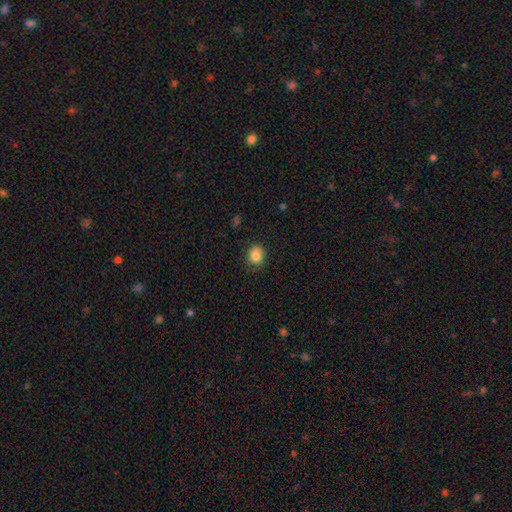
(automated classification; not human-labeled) This is clearly a smooth galaxy (85%). How rounded: likely round (71%). Merging: clearly none (82%).